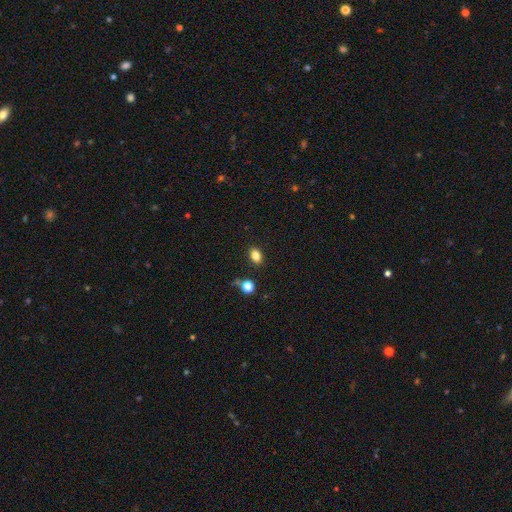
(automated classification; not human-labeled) This appears to be a smooth galaxy with no disk features (82%) that is in between round and cigar-shaped (74%). Merging: none (84%).